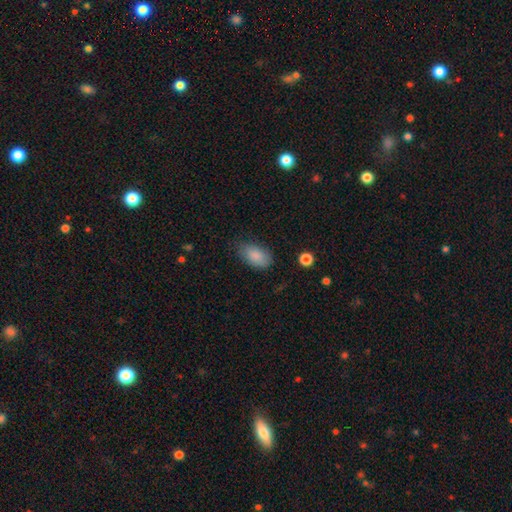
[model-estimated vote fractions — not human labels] smooth_or_featured: smooth (p=0.87) [alt: star or artifact p=0.07]
how_rounded: in between (p=0.92) [alt: round p=0.06]
merging: none (p=0.74) [alt: minor disturbance p=0.20]